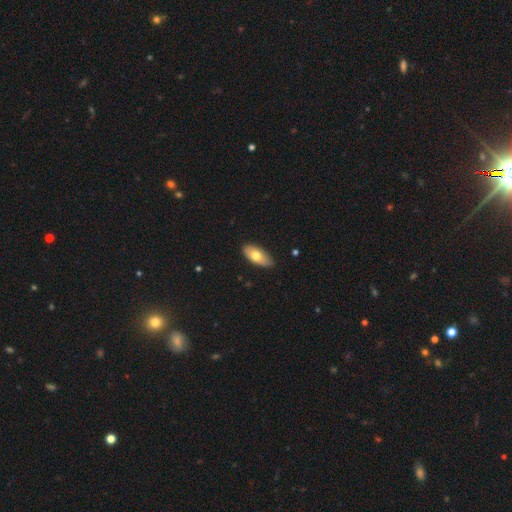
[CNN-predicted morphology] This appears to be a smooth galaxy with no disk features (68%) that is in between round and cigar-shaped (90%). Merging: none (80%).